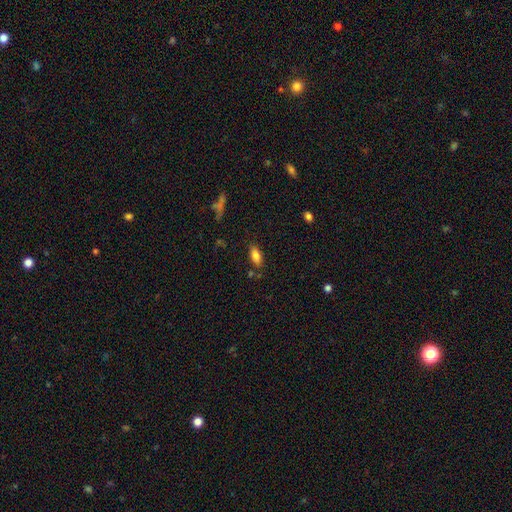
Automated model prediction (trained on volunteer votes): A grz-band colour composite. It shows a smooth galaxy with no disk features (81%) that is in between round and cigar-shaped (85%). Merging: none (79%).